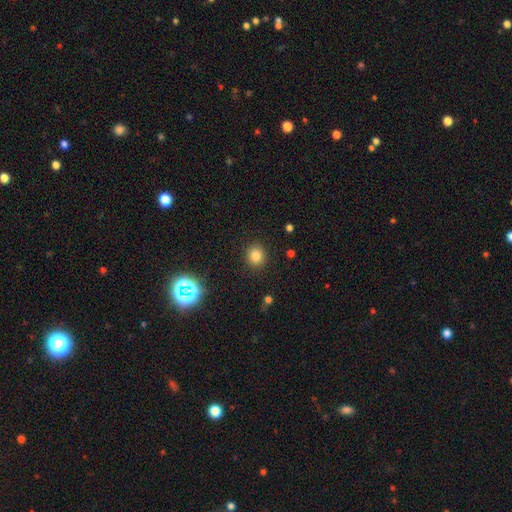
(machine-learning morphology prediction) A smooth galaxy with no disk features (79%) that is round (83%). Merging: none (90%).